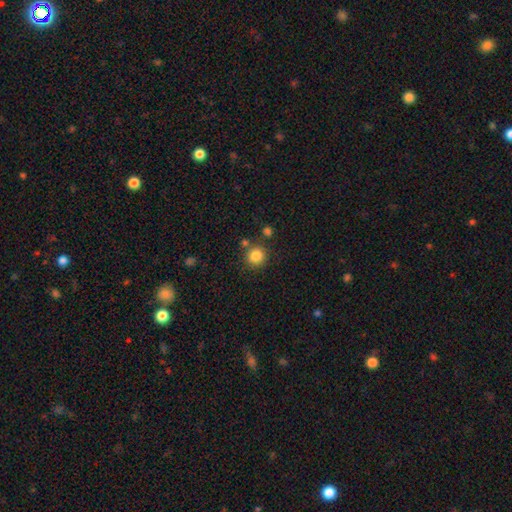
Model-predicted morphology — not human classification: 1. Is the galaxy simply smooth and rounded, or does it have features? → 84% smooth, 11% star or artifact, 5% featured or disk.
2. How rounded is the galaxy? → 91% round, 8% in between, 1% cigar-shaped.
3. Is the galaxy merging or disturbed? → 80% none, 9% minor disturbance, 8% merger, 3% major disturbance.